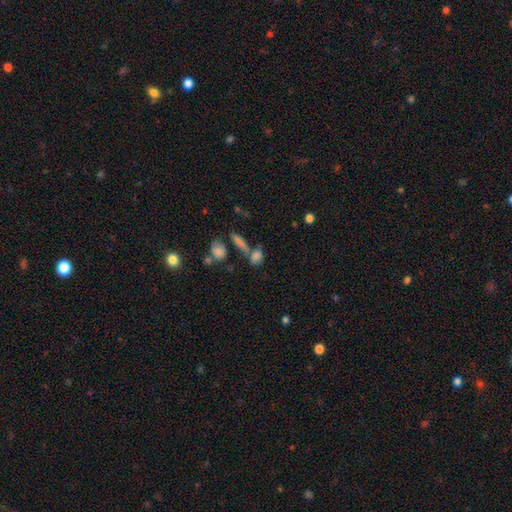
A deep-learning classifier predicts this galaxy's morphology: Smooth or featured?
  - smooth: 76% *
  - star or artifact: 13%
  - featured or disk: 11%
How rounded?
  - in between: 63% *
  - round: 22%
  - cigar-shaped: 14%
Merging?
  - none: 42% *
  - merger: 38%
  - minor disturbance: 12%
  - major disturbance: 7%